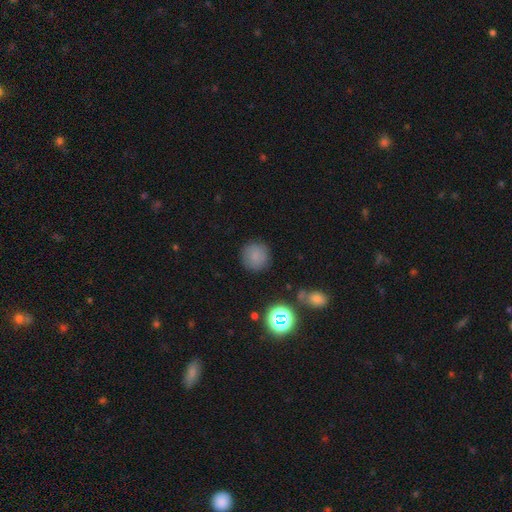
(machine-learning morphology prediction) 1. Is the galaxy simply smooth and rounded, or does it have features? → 79% smooth, 14% star or artifact, 7% featured or disk.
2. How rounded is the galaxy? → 93% round, 6% in between, 1% cigar-shaped.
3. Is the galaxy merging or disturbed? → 86% none, 9% minor disturbance, 3% major disturbance, 2% merger.